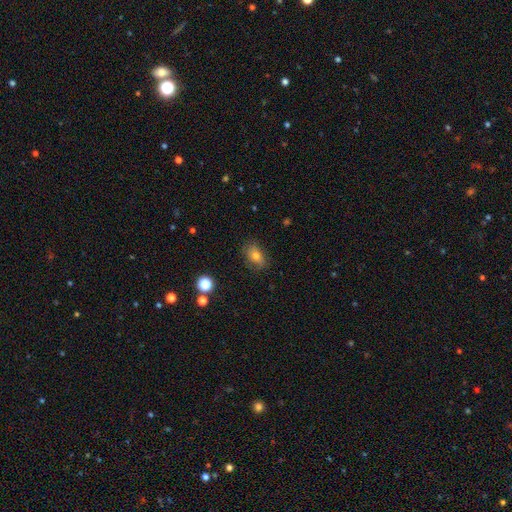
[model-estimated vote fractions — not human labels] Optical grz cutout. It shows a smooth galaxy with no disk features (71%) that is in between round and cigar-shaped (81%). Merging: none (76%).